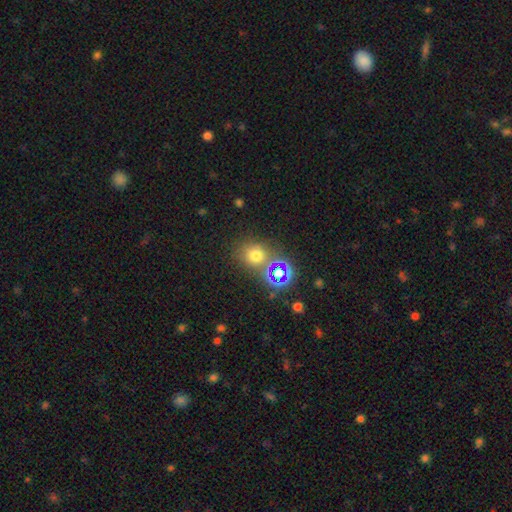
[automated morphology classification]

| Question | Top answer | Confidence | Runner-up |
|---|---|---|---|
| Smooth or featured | smooth | 61% | star or artifact (29%) |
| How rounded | round | 73% | in between (26%) |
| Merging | none | 69% | merger (14%) |